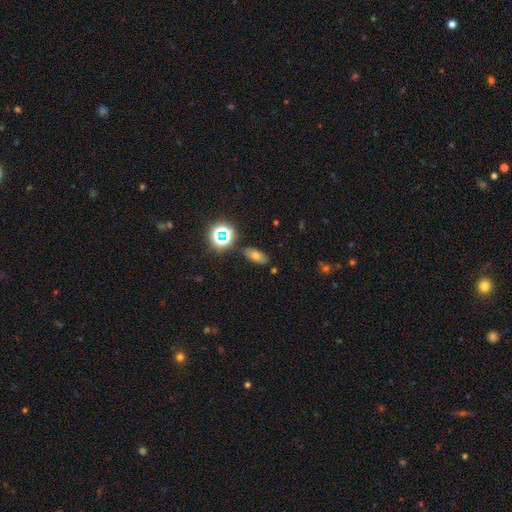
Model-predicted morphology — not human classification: Q: Smooth or featured?
A: smooth (61%); runner-up: star or artifact (23%)
Q: How rounded?
A: in between (81%); runner-up: round (10%)
Q: Merging?
A: none (84%); runner-up: minor disturbance (10%)